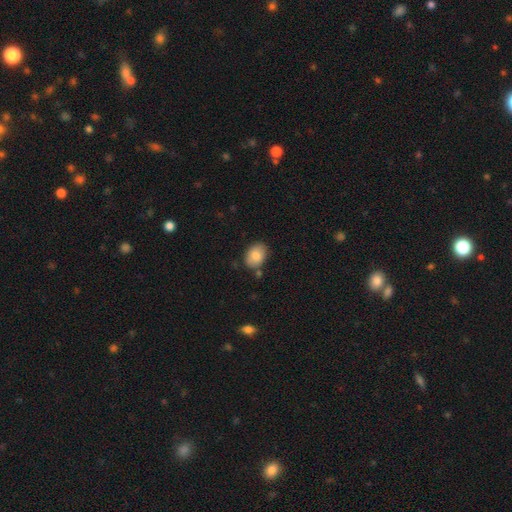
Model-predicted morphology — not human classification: A smooth galaxy with no disk features (81%) that is in between round and cigar-shaped (74%).

Vote fractions:
- Smooth or featured? smooth: 81% / featured or disk: 11% / star or artifact: 7%
- How rounded? in between: 74% / round: 25% / cigar-shaped: 1%
- Merging? none: 77% / minor disturbance: 15% / merger: 5% / major disturbance: 3%